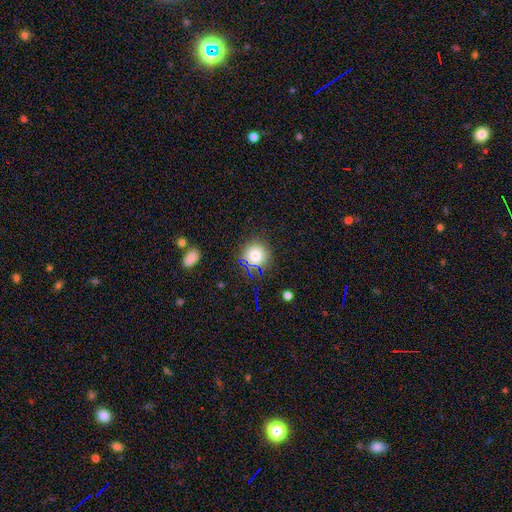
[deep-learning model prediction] Smooth or featured: smooth — 72% (star or artifact — 19%)
How rounded: round — 92% (in between — 7%)
Merging: none — 85% (minor disturbance — 10%)